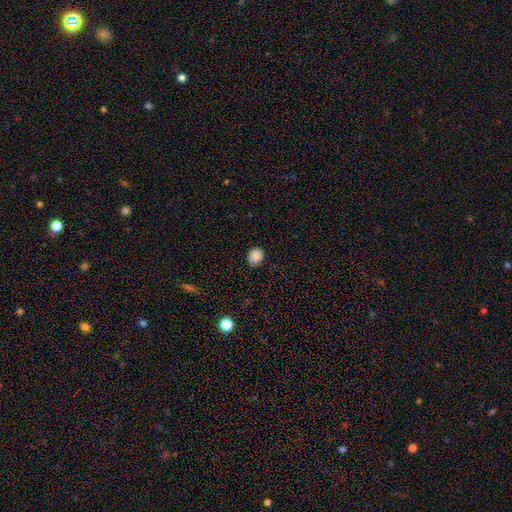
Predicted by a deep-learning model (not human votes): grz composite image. It shows a smooth galaxy with no disk features (86%) that is round (82%). Merging: none (86%).